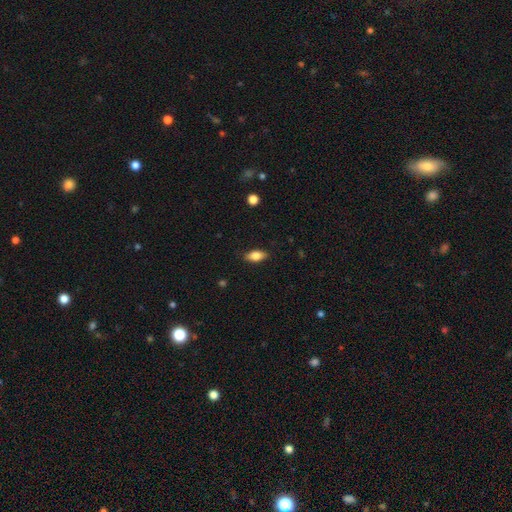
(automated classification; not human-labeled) smooth-or-featured: smooth: 78% | featured or disk: 15% | star or artifact: 7%
  how-rounded: in between: 86% | cigar-shaped: 10% | round: 4%
  merging: none: 86% | minor disturbance: 10% | major disturbance: 2% | merger: 1%